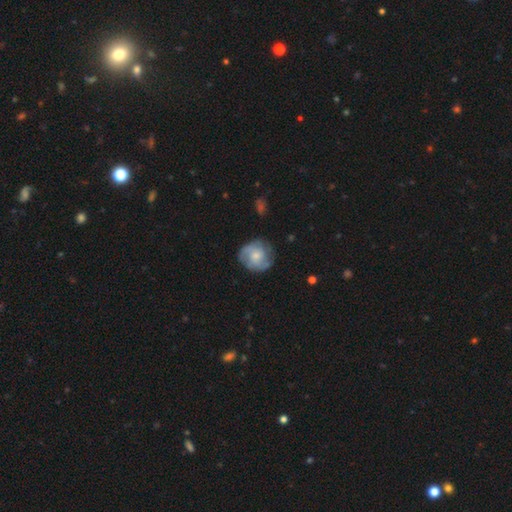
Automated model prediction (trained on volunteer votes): smooth_or_featured: featured or disk (p=0.53) [alt: smooth p=0.41]
disk_edge_on: no (p=0.97) [alt: yes p=0.03]
bar: no (p=0.74) [alt: weak p=0.23]
has_spiral_arms: yes (p=0.78) [alt: no p=0.22]
bulge_size: moderate (p=0.45) [alt: small p=0.42]
merging: none (p=0.70) [alt: minor disturbance p=0.20]